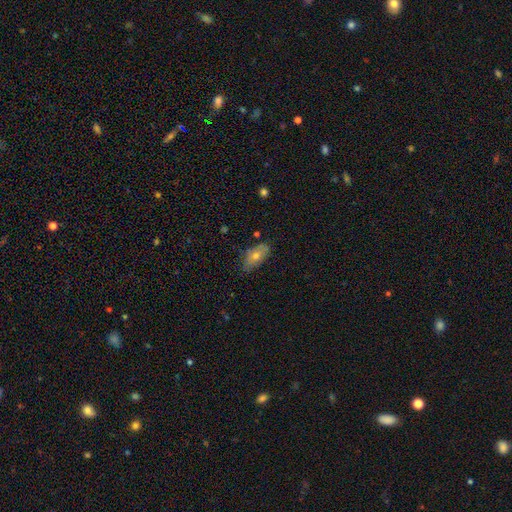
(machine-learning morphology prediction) Overall: smooth (58%; featured or disk 32%). How rounded: in between (86%). Merging: none (68%).